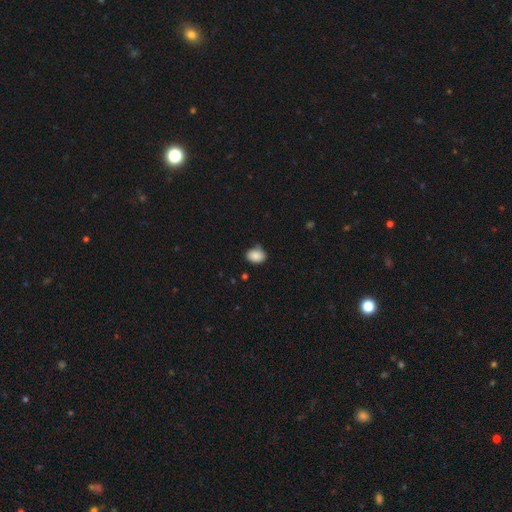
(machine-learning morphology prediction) A smooth galaxy with no disk features (86%) that is in between round and cigar-shaped (66%).

Vote fractions:
- Smooth or featured? smooth: 86% / star or artifact: 8% / featured or disk: 5%
- How rounded? in between: 66% / round: 33% / cigar-shaped: 1%
- Merging? none: 69% / minor disturbance: 25% / major disturbance: 4% / merger: 2%